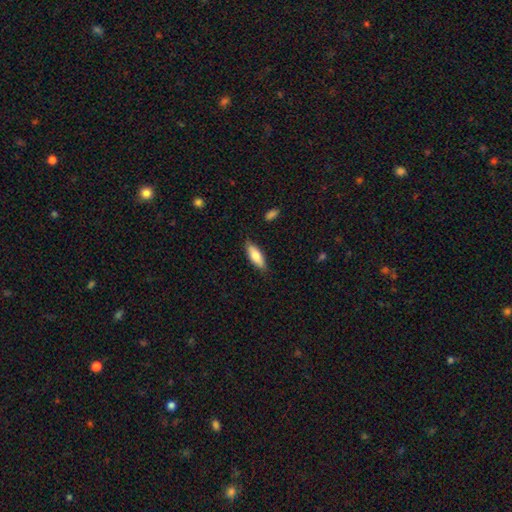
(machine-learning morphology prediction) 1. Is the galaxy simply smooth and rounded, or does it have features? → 79% smooth, 15% featured or disk, 6% star or artifact.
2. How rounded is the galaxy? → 62% in between, 36% cigar-shaped, 2% round.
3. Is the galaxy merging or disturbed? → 83% none, 13% minor disturbance, 2% major disturbance, 2% merger.